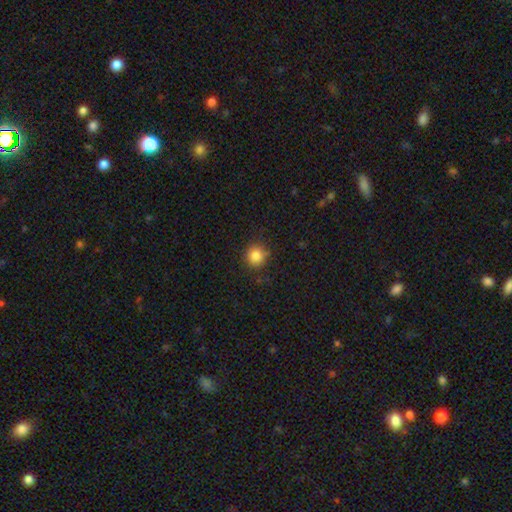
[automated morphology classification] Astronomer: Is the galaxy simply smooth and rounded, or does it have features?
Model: smooth — 84%.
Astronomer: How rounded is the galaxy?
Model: round — 91%.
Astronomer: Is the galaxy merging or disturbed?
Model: none — 85%.